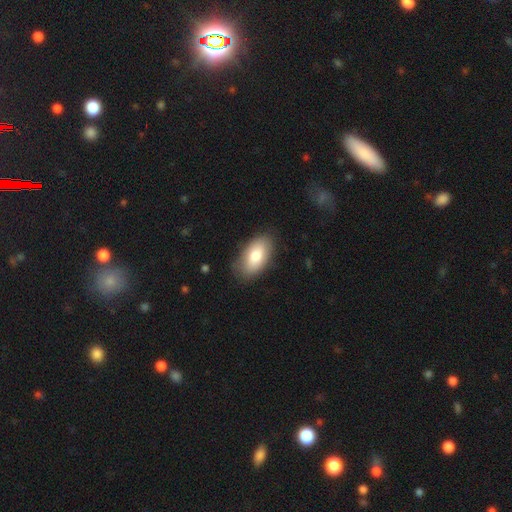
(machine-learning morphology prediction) Smooth or featured: smooth — 79% (featured or disk — 15%)
How rounded: in between — 94% (round — 4%)
Merging: none — 82% (minor disturbance — 14%)